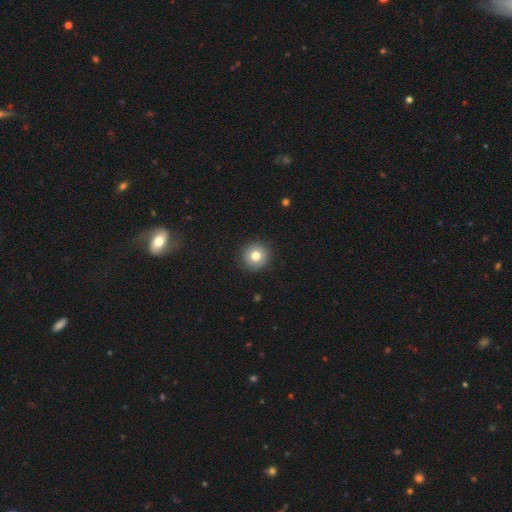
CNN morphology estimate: This is likely a smooth galaxy (78%). How rounded: clearly round (93%). Merging: clearly none (90%).